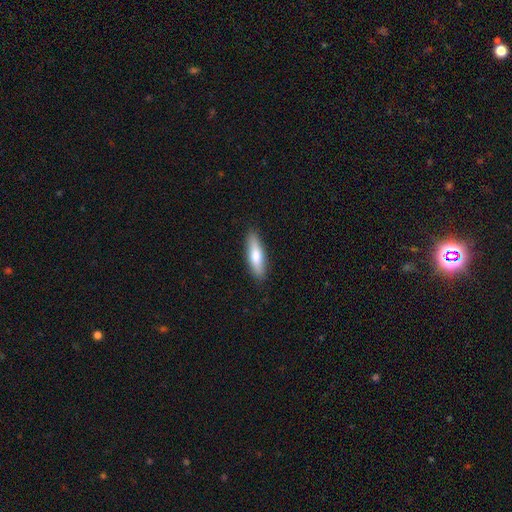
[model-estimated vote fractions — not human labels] Smooth or featured?
  - smooth: 72% *
  - featured or disk: 22%
  - star or artifact: 5%
How rounded?
  - cigar-shaped: 68% *
  - in between: 31%
  - round: 2%
Merging?
  - none: 89% *
  - minor disturbance: 9%
  - major disturbance: 2%
  - merger: 1%